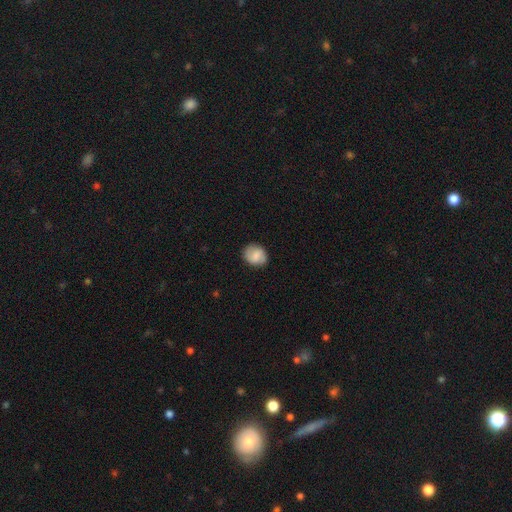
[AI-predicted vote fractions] smooth 62%, featured or disk 30%, star or artifact 8%. Down the decision tree: how rounded — round (66%); merging — none (85%).